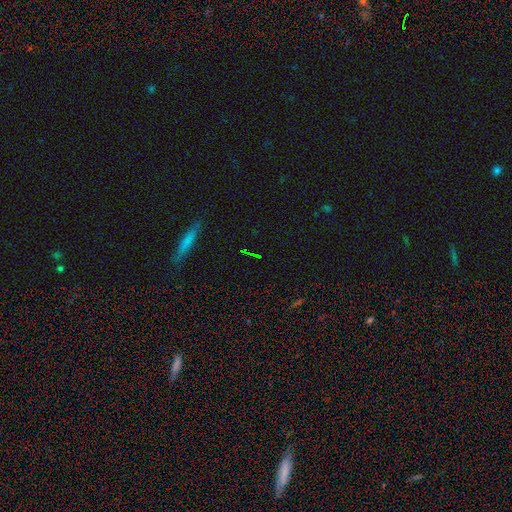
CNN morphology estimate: Smooth or featured? Predicted: star or artifact (p=0.69).